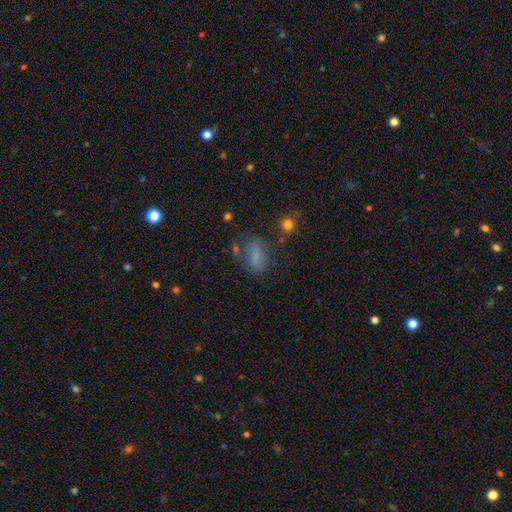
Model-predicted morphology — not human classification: A smooth galaxy with no disk features (67%) that is in between round and cigar-shaped (73%). Merging: none (60%).